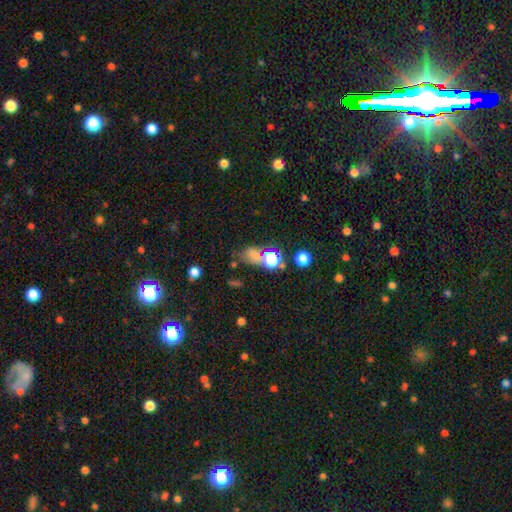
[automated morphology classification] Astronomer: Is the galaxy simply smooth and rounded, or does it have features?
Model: star or artifact — 48% (runner-up: smooth, 42%).